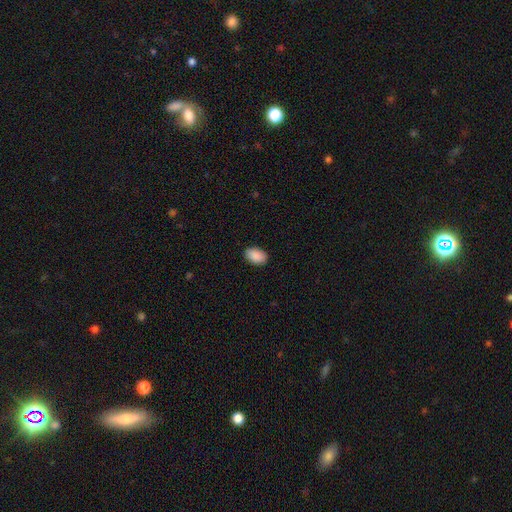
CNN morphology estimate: Smooth or featured: smooth — 90% (star or artifact — 7%)
How rounded: in between — 90% (round — 9%)
Merging: none — 89% (minor disturbance — 9%)